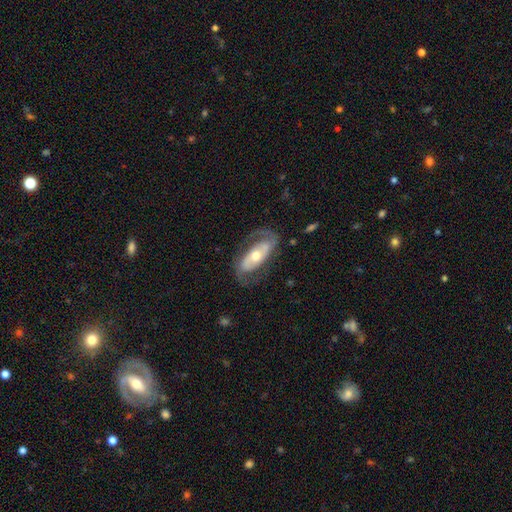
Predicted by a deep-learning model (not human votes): smooth-or-featured: featured or disk: 80% | smooth: 16% | star or artifact: 4%
  disk-edge-on: no: 92% | yes: 8%
    bar: no: 50% | weak: 25% | strong: 25%
    has-spiral-arms: yes: 86% | no: 14%
      spiral-winding: medium: 45% | tight: 30% | loose: 25%
      spiral-arm-count: 2: 82% | 1: 8% | can't tell: 7% | 3: 1% | 4: 1% | more than 4: 1%
    bulge-size: moderate: 69% | small: 20% | large: 8% | dominant: 1% | none: 1%
  merging: none: 71% | minor disturbance: 15% | major disturbance: 12% | merger: 2%